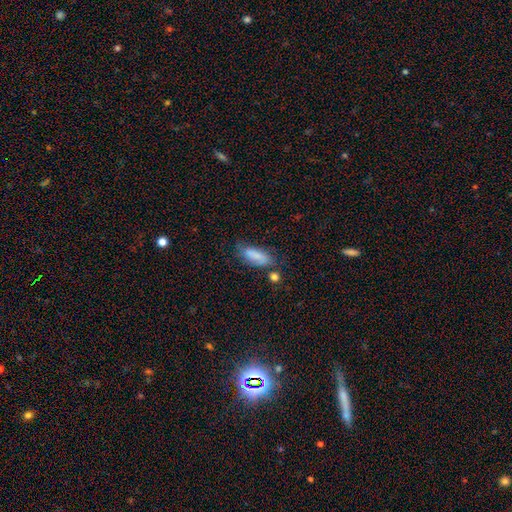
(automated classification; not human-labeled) Smooth or featured: smooth — 80% (featured or disk — 12%)
How rounded: in between — 74% (cigar-shaped — 24%)
Merging: none — 57% (minor disturbance — 25%)